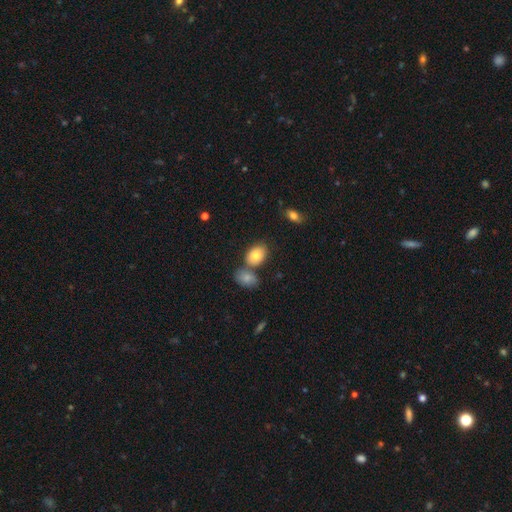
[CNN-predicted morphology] A smooth galaxy with no disk features (81%) that is in between round and cigar-shaped (83%).

Vote fractions:
- Smooth or featured? smooth: 81% / featured or disk: 11% / star or artifact: 8%
- How rounded? in between: 83% / round: 15% / cigar-shaped: 1%
- Merging? none: 58% / merger: 25% / minor disturbance: 13% / major disturbance: 4%